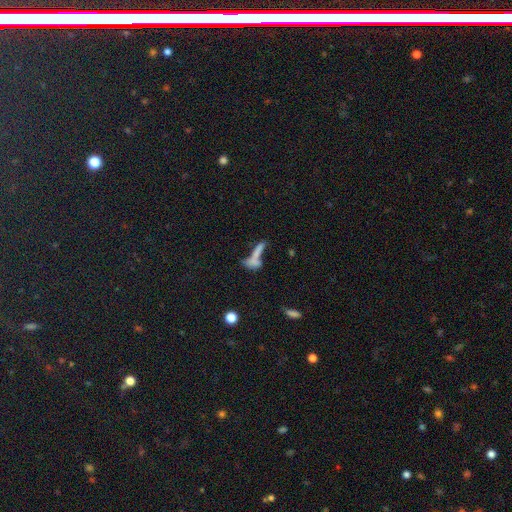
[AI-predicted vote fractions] A smooth galaxy with no disk features (60%) that is cigar-shaped (64%).

Vote fractions:
- Smooth or featured? smooth: 60% / featured or disk: 24% / star or artifact: 15%
- How rounded? cigar-shaped: 64% / in between: 30% / round: 6%
- Merging? merger: 50% / none: 29% / major disturbance: 11% / minor disturbance: 10%